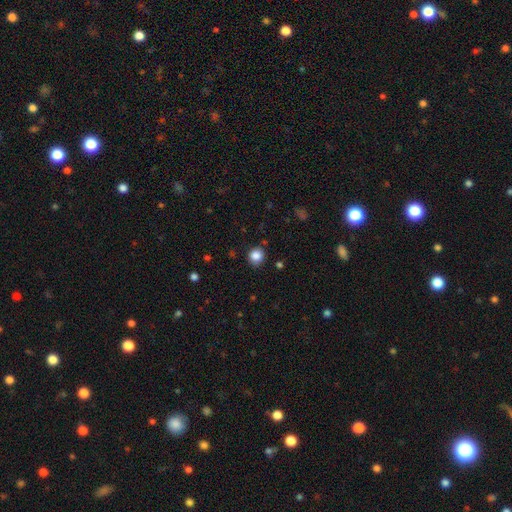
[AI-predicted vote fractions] This appears to be a smooth galaxy with no disk features (85%) that is round (87%). Merging: none (86%).